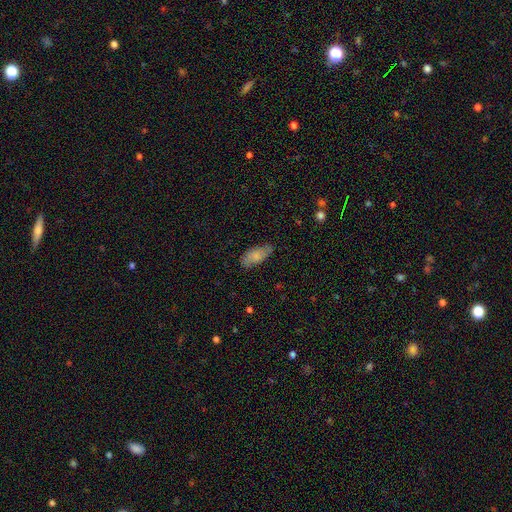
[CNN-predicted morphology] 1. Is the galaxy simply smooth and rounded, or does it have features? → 76% smooth, 18% featured or disk, 7% star or artifact.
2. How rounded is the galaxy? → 88% in between, 10% cigar-shaped, 2% round.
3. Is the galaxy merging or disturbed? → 74% none, 21% minor disturbance, 4% major disturbance, 1% merger.